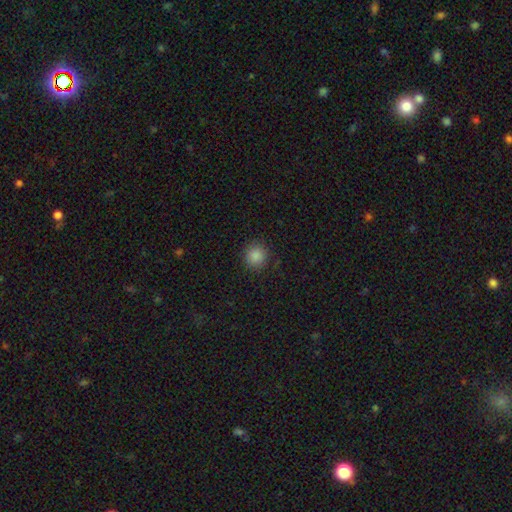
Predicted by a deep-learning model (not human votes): This appears to be a smooth galaxy with no disk features (87%) that is round (93%). Merging: none (89%).